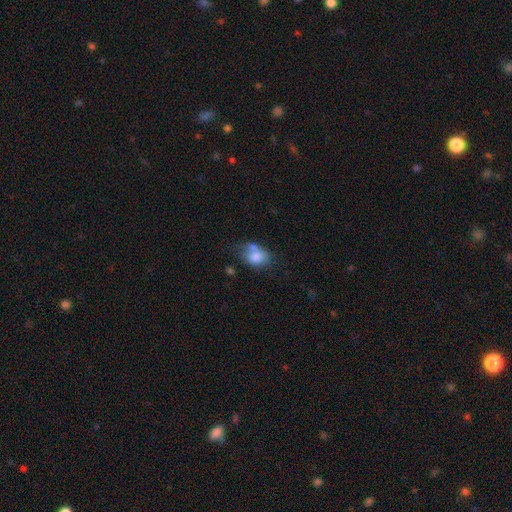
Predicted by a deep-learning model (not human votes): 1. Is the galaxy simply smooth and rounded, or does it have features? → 73% smooth, 18% featured or disk, 9% star or artifact.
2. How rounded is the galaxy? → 71% in between, 28% round, 1% cigar-shaped.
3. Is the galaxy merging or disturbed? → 31% merger, 29% none, 24% minor disturbance, 16% major disturbance.